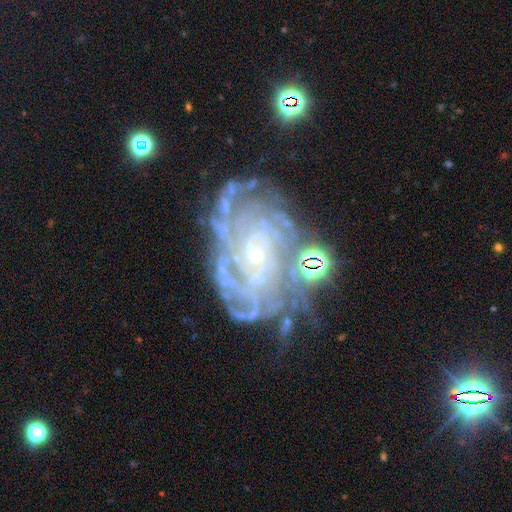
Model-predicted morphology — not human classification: Smooth or featured? featured or disk (88%)
Edge-on disk? no (97%)
Bar? no (70%)
Spiral arms? yes (95%)
Spiral winding? tight (76%)
Spiral arm count? can't tell (32%)
Bulge size? small (84%)
Merging? none (61%)